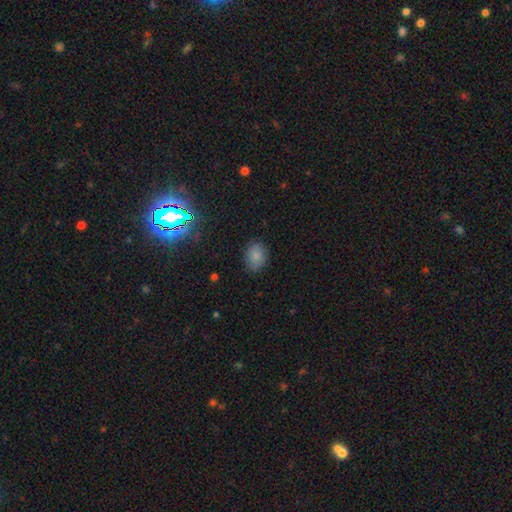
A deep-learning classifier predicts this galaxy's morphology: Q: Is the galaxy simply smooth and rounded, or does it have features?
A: smooth — 83%.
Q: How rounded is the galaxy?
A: in between — 67%.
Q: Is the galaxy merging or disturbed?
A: none — 85%.